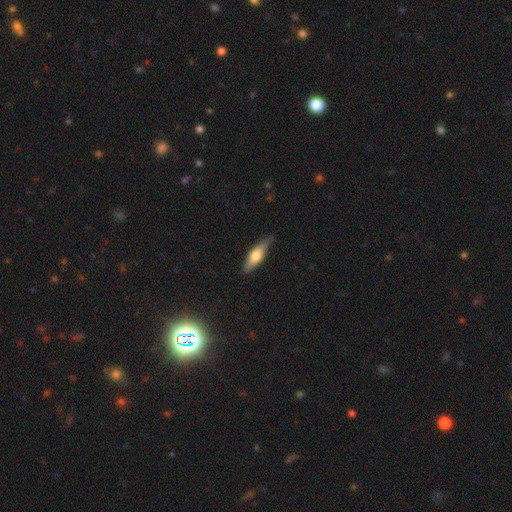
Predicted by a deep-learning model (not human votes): The model was most divided on "how rounded": cigar-shaped: 56%, in between: 41%, round: 3%. More confident: merging — none (80%); smooth or featured — smooth (55%).